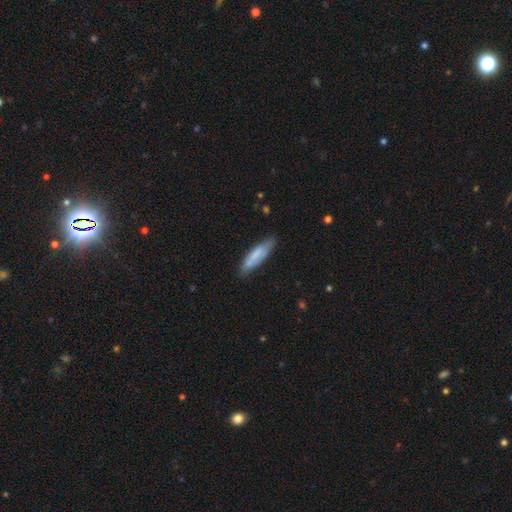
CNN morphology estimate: smooth 69%, featured or disk 25%, star or artifact 6%. Down the decision tree: how rounded — cigar-shaped (70%); merging — none (75%).